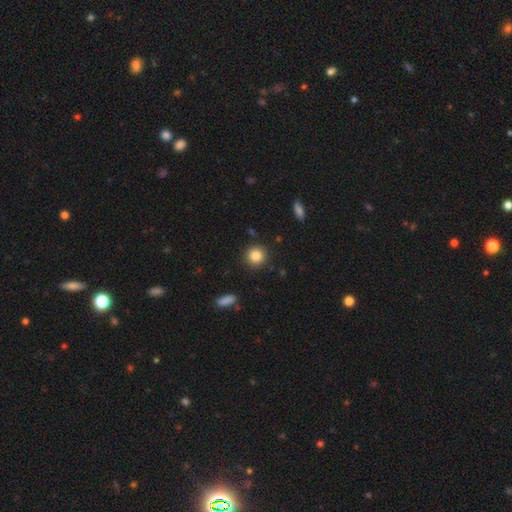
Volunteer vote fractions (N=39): Smooth or featured?
  - smooth: 85% *
  - star or artifact: 10%
  - featured or disk: 5%
How rounded?
  - round: 94% *
  - in between: 3%
  - cigar-shaped: 3%
Merging?
  - none: 89% *
  - major disturbance: 6%
  - minor disturbance: 3%
  - merger: 3%